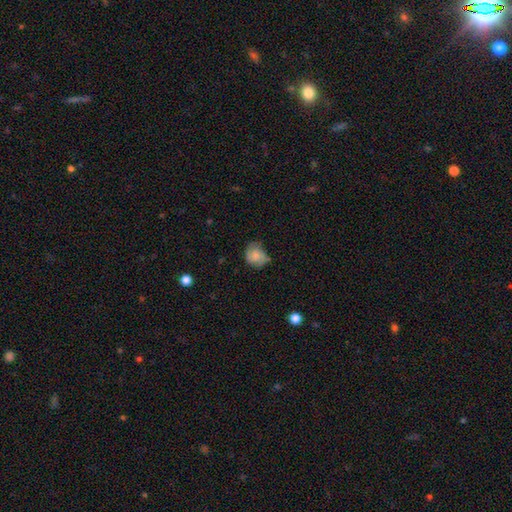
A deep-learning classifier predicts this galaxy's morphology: The model was most divided on "merging": none: 52%, minor disturbance: 34%, major disturbance: 12%, merger: 2%. More confident: smooth or featured — smooth (67%); how rounded — round (62%).